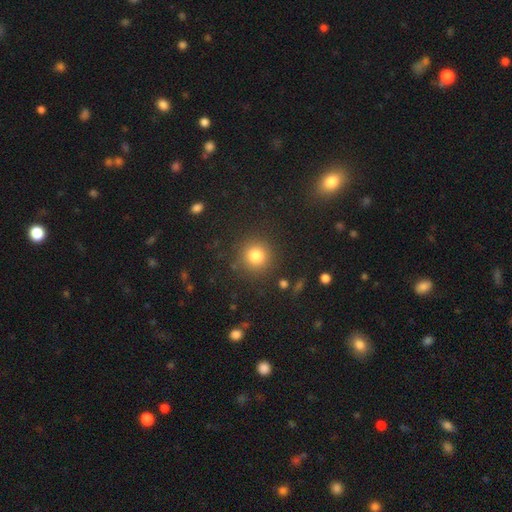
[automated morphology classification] smooth-or-featured: smooth: 81% | star or artifact: 12% | featured or disk: 6%
  how-rounded: round: 93% | in between: 7% | cigar-shaped: 1%
  merging: none: 87% | minor disturbance: 8% | major disturbance: 3% | merger: 2%